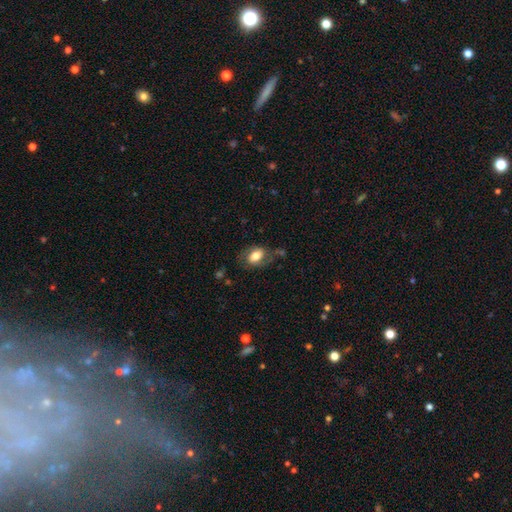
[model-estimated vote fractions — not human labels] Smooth or featured? Predicted: smooth (p=0.67). How rounded? Predicted: in between (p=0.83). Merging? Predicted: none (p=0.59).